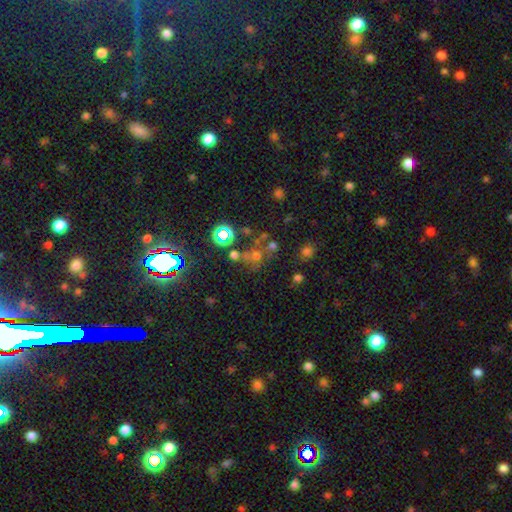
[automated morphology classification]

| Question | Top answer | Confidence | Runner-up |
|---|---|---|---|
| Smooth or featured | smooth | 44% | star or artifact (41%) |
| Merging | none | 52% | merger (26%) |